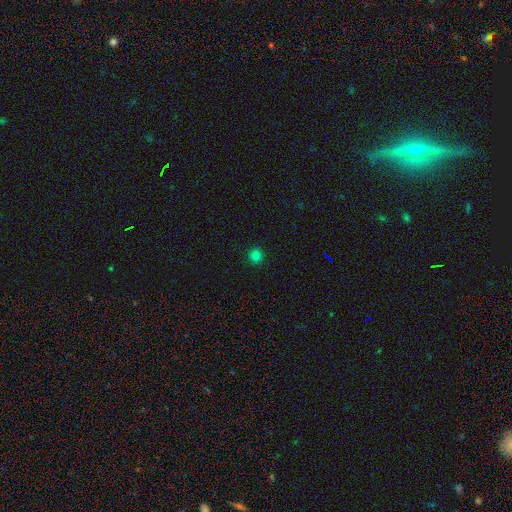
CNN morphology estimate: This is clearly a smooth galaxy (81%). How rounded: clearly round (95%). Merging: clearly none (93%).